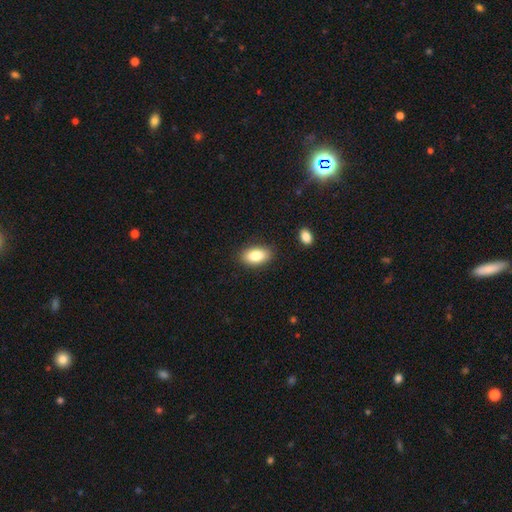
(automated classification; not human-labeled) A smooth galaxy with no disk features (84%) that is in between round and cigar-shaped (91%).

Vote fractions:
- Smooth or featured? smooth: 84% / featured or disk: 8% / star or artifact: 8%
- How rounded? in between: 91% / round: 7% / cigar-shaped: 2%
- Merging? none: 86% / minor disturbance: 9% / major disturbance: 2% / merger: 2%